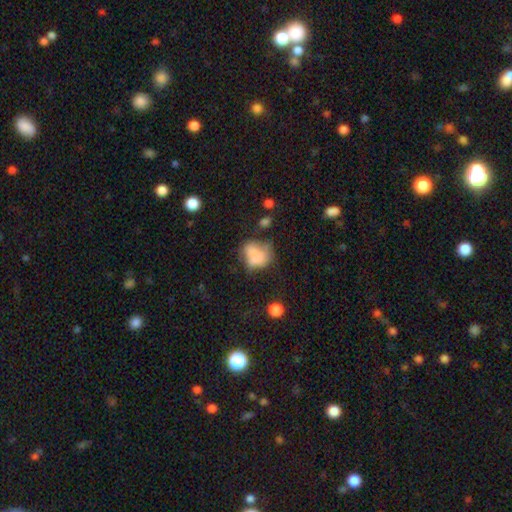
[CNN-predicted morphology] The model was most divided on "merging": none: 33%, minor disturbance: 31%, major disturbance: 27%, merger: 9%. More confident: smooth or featured — smooth (72%); how rounded — in between (60%).